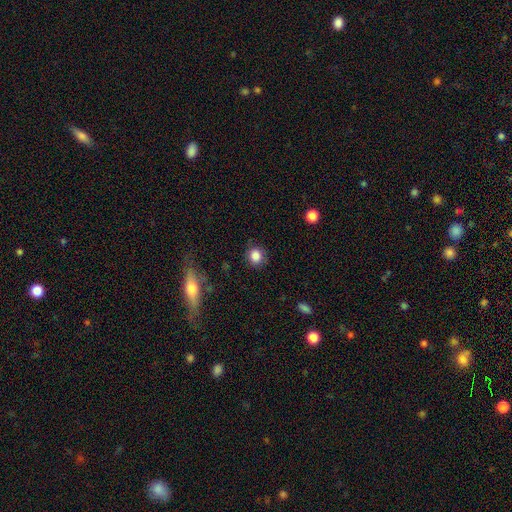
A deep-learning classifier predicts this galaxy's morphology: Smooth or featured?
  - smooth: 85% *
  - star or artifact: 10%
  - featured or disk: 5%
How rounded?
  - round: 85% *
  - in between: 14%
  - cigar-shaped: 1%
Merging?
  - none: 85% *
  - minor disturbance: 11%
  - major disturbance: 3%
  - merger: 2%